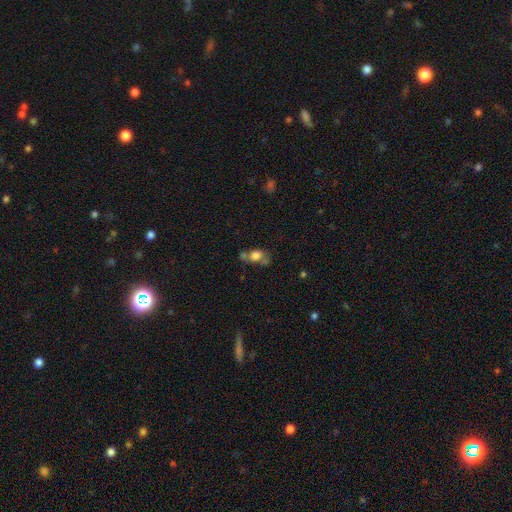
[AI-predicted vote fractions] A smooth galaxy with no disk features (67%) that is in between round and cigar-shaped (65%).

Vote fractions:
- Smooth or featured? smooth: 67% / featured or disk: 22% / star or artifact: 11%
- How rounded? in between: 65% / round: 31% / cigar-shaped: 4%
- Merging? none: 38% / merger: 26% / minor disturbance: 21% / major disturbance: 14%